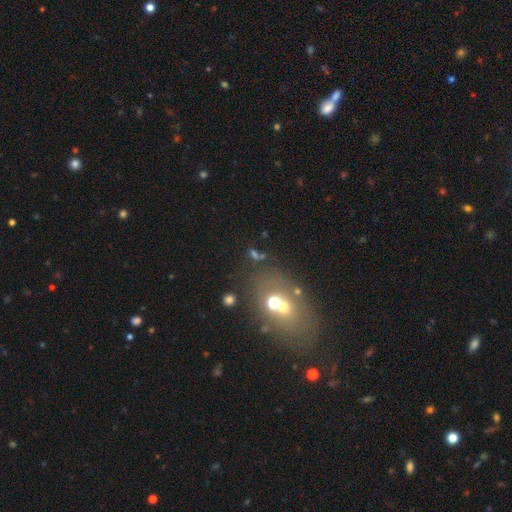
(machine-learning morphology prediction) Smooth or featured? Predicted: smooth (p=0.43). Merging? Predicted: none (p=0.57).